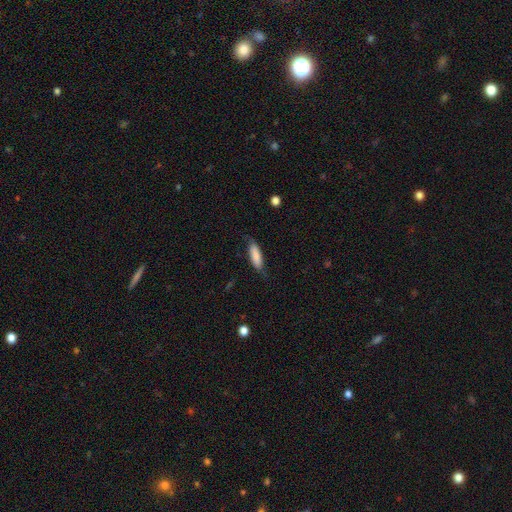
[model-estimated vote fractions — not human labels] A smooth galaxy with no disk features (80%) that is in between round and cigar-shaped (50%).

Vote fractions:
- Smooth or featured? smooth: 80% / featured or disk: 14% / star or artifact: 6%
- How rounded? in between: 50% / cigar-shaped: 48% / round: 2%
- Merging? none: 70% / minor disturbance: 22% / major disturbance: 7% / merger: 1%